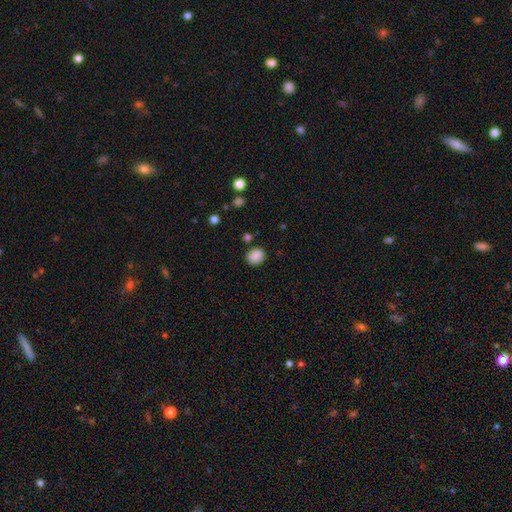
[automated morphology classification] type=smooth (87%); roundness=round (60%); merging=none (83%).